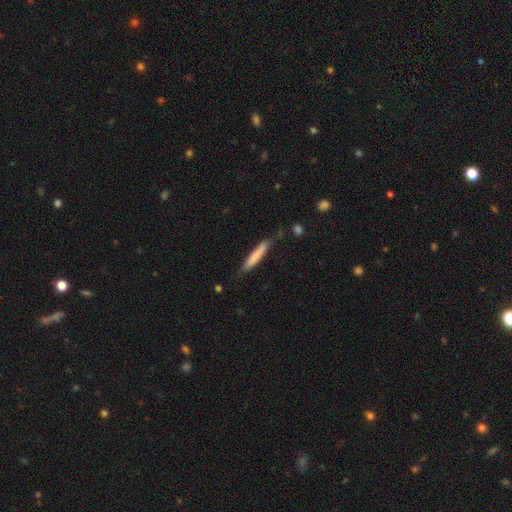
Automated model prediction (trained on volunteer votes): This is likely a smooth galaxy (77%). How rounded: clearly cigar-shaped (94%). Merging: likely none (79%).